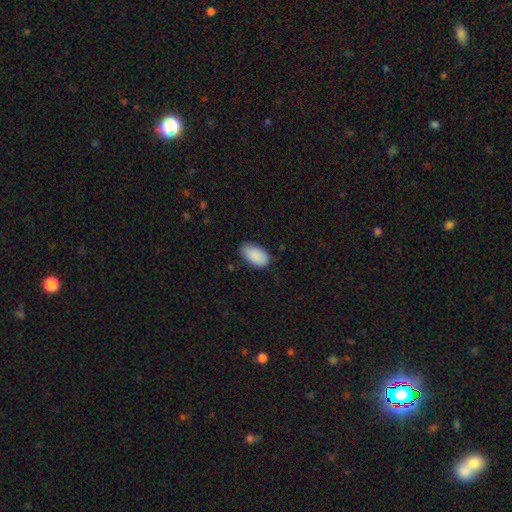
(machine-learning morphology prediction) Smooth or featured?
  - smooth: 90% *
  - star or artifact: 6%
  - featured or disk: 4%
How rounded?
  - in between: 95% *
  - round: 3%
  - cigar-shaped: 2%
Merging?
  - none: 77% *
  - minor disturbance: 19%
  - major disturbance: 3%
  - merger: 1%